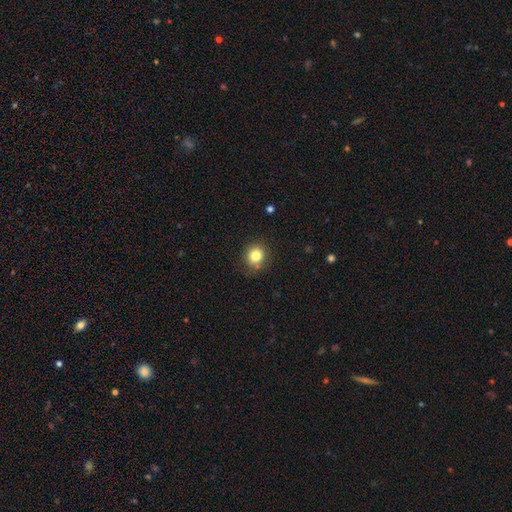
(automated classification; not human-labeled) Smooth or featured: smooth — 82% (star or artifact — 11%)
How rounded: round — 83% (in between — 16%)
Merging: none — 80% (minor disturbance — 14%)